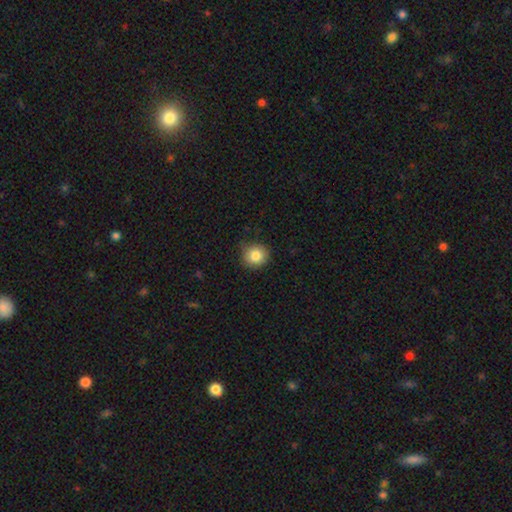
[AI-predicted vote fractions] Smooth or featured? Predicted: smooth (p=0.84). How rounded? Predicted: round (p=0.90). Merging? Predicted: none (p=0.83).